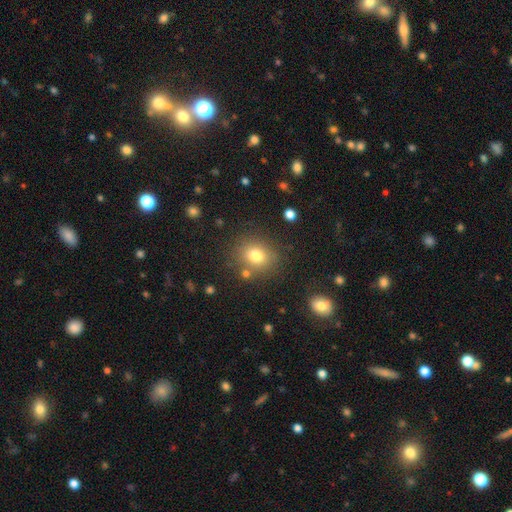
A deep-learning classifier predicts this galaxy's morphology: A smooth galaxy with no disk features (77%) that is round (71%). Merging: none (79%).